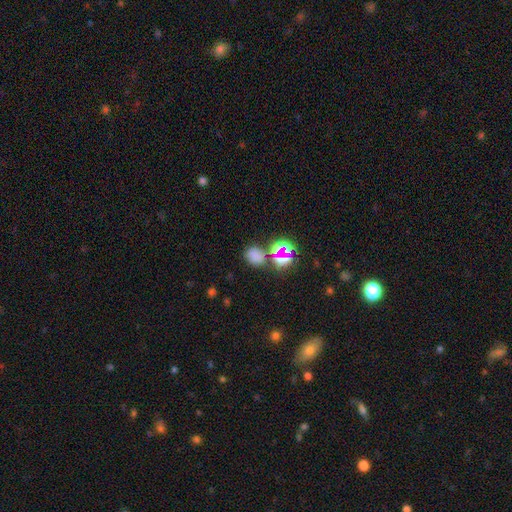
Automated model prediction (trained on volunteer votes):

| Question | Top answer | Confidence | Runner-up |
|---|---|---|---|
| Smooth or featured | smooth | 62% | star or artifact (31%) |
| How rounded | round | 52% | in between (47%) |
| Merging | none | 63% | merger (17%) |